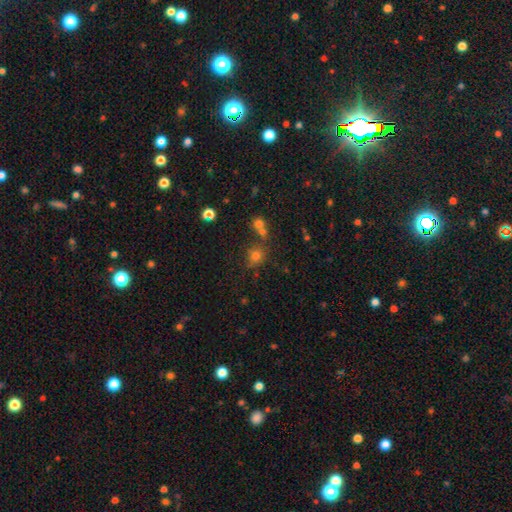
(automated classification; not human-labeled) The model was most divided on "merging": none: 65%, merger: 19%, minor disturbance: 11%, major disturbance: 5%. More confident: how rounded — round (82%); smooth or featured — smooth (69%).